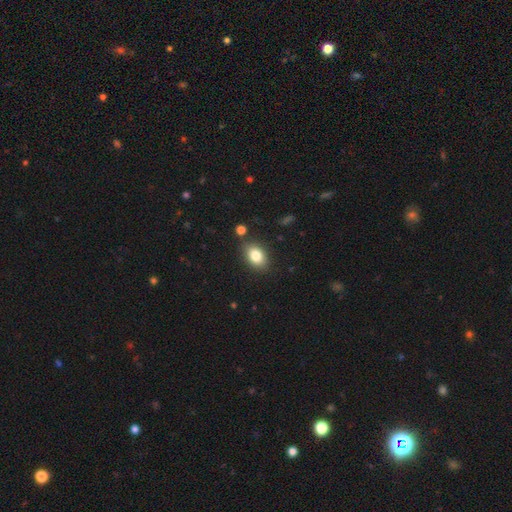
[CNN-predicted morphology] Overall: smooth (82%). How rounded: in between (79%). Merging: none (83%).